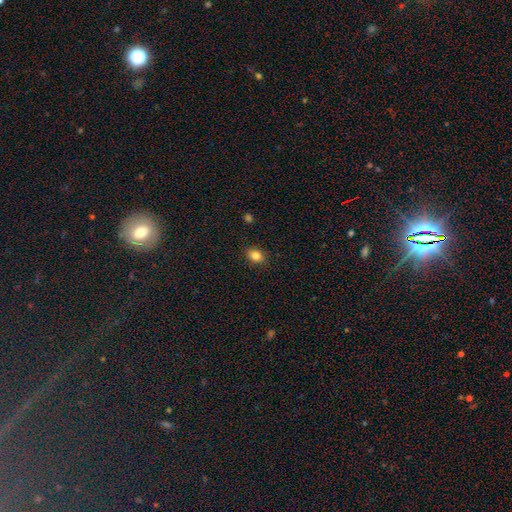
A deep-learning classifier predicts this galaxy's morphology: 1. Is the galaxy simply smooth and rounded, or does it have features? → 84% smooth, 11% star or artifact, 6% featured or disk.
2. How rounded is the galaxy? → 58% in between, 41% round, 1% cigar-shaped.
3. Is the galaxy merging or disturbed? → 88% none, 8% minor disturbance, 2% major disturbance, 1% merger.